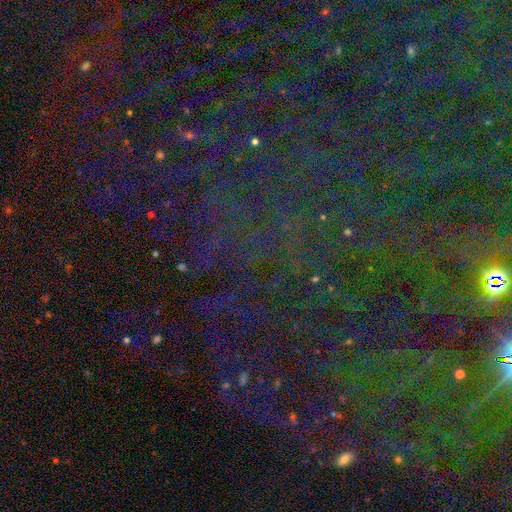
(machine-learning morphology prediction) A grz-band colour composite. It shows a star or artifact, not a galaxy (81%).